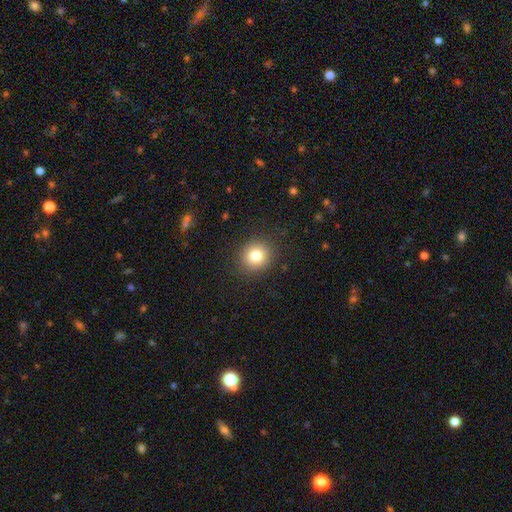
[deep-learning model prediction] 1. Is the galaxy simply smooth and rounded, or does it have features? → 80% smooth, 12% star or artifact, 8% featured or disk.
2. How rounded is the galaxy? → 88% round, 11% in between, 1% cigar-shaped.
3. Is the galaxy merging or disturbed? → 89% none, 7% minor disturbance, 3% major disturbance, 1% merger.